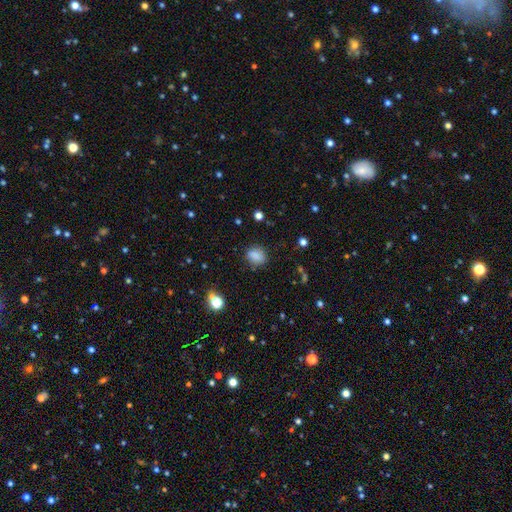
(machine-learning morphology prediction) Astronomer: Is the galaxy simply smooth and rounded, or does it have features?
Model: smooth — 83%.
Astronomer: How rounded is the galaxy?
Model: in between — 52% (runner-up: round, 46%).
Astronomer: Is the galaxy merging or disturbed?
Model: none — 80%.